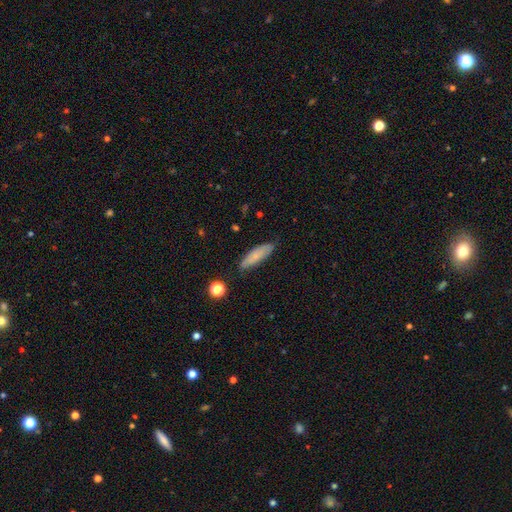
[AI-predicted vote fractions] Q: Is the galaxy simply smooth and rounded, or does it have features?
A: smooth — 71%.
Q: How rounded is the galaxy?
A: cigar-shaped — 56%.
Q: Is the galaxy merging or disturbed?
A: none — 77%.